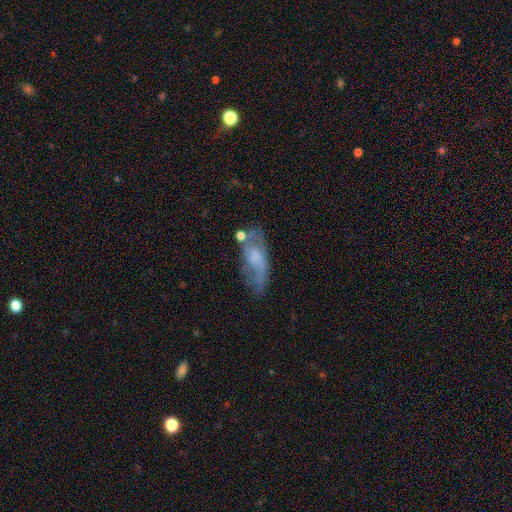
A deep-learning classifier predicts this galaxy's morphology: A featured or disk galaxy (51%).

Vote fractions:
- Smooth or featured? featured or disk: 51% / smooth: 40% / star or artifact: 10%
- Edge-on disk? no: 83% / yes: 17%
- Merging? none: 47% / minor disturbance: 26% / major disturbance: 18% / merger: 9%